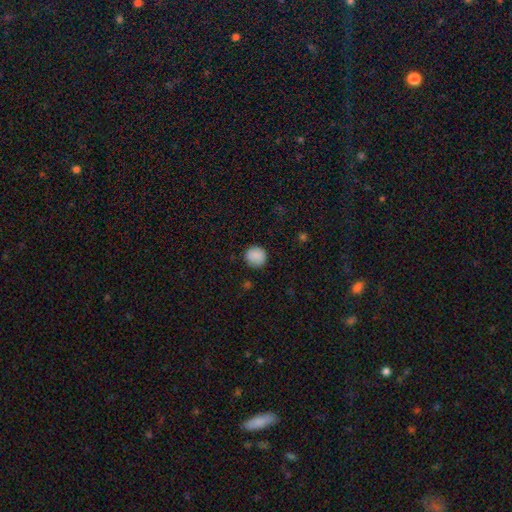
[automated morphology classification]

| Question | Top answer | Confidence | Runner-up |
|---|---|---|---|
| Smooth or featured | smooth | 88% | star or artifact (8%) |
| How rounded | round | 93% | in between (6%) |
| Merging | none | 86% | minor disturbance (10%) |